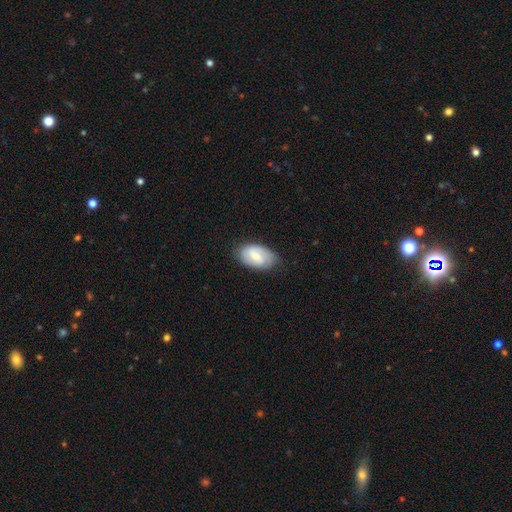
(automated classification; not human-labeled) Smooth or featured: featured or disk — 50% (smooth — 44%)
Merging: none — 74% (minor disturbance — 20%)